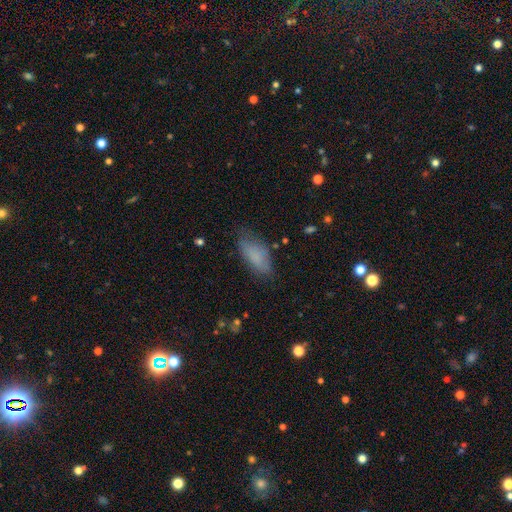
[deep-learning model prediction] Q: Smooth or featured?
A: smooth (82%); runner-up: featured or disk (11%)
Q: How rounded?
A: in between (84%); runner-up: cigar-shaped (14%)
Q: Merging?
A: none (66%); runner-up: minor disturbance (25%)